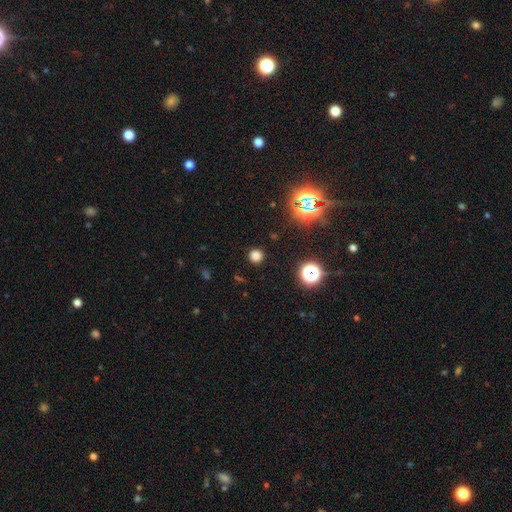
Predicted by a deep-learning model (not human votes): smooth_or_featured: smooth (p=0.74) [alt: star or artifact p=0.22]
how_rounded: round (p=0.94) [alt: in between p=0.05]
merging: none (p=0.91) [alt: minor disturbance p=0.06]